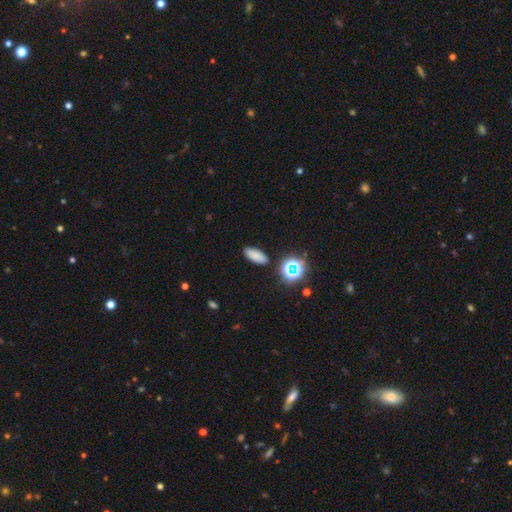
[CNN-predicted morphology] A smooth galaxy with no disk features (78%) that is in between round and cigar-shaped (79%). Merging: none (88%).